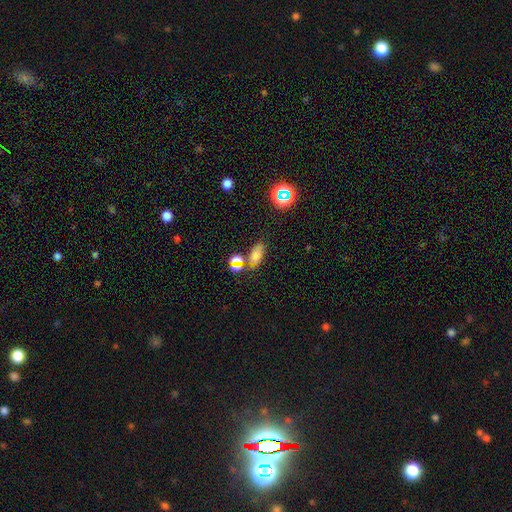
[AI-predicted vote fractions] A smooth galaxy with no disk features (64%) that is in between round and cigar-shaped (83%). Merging: none (54%).